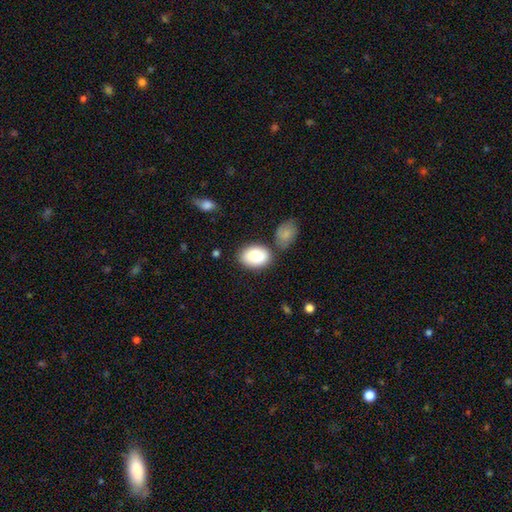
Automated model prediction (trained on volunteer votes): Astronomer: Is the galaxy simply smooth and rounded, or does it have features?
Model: smooth — 78%.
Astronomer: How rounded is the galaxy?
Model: in between — 83%.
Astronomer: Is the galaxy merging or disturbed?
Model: none — 71%.